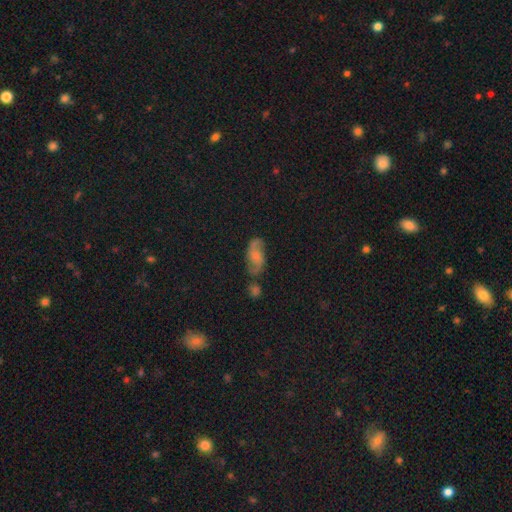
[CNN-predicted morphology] smooth_or_featured: featured or disk (p=0.65) [alt: smooth p=0.24]
disk_edge_on: no (p=0.95) [alt: yes p=0.05]
bar: no (p=0.61) [alt: weak p=0.32]
has_spiral_arms: yes (p=0.92) [alt: no p=0.08]
spiral_winding: loose (p=0.48) [alt: medium p=0.40]
spiral_arm_count: 2 (p=0.90) [alt: can't tell p=0.05]
bulge_size: small (p=0.39) [alt: moderate p=0.31]
merging: none (p=0.59) [alt: minor disturbance p=0.20]